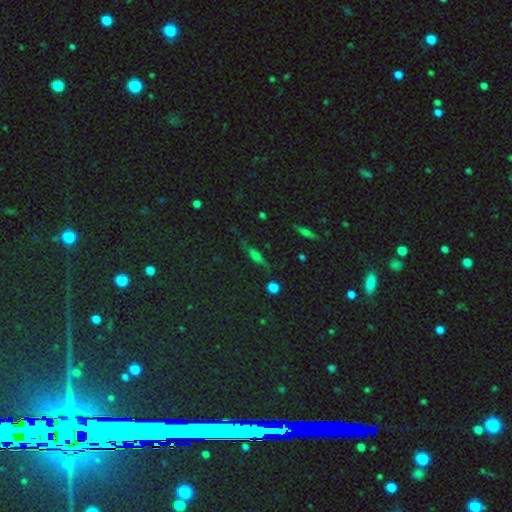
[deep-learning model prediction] Q: Smooth or featured?
A: featured or disk (50%); runner-up: smooth (33%)
Q: Merging?
A: none (76%); runner-up: minor disturbance (16%)